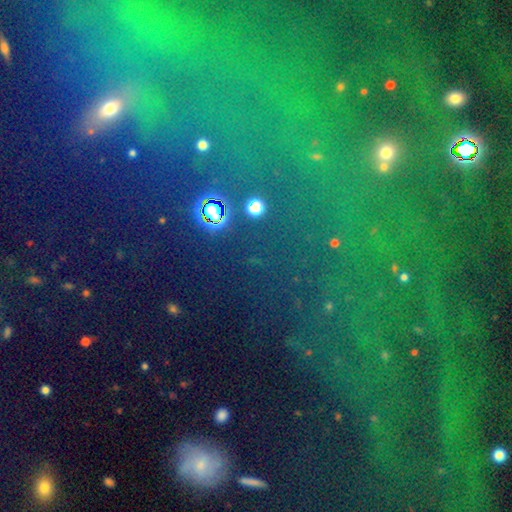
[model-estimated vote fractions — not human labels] Q: Smooth or featured?
A: star or artifact (69%); runner-up: smooth (17%)